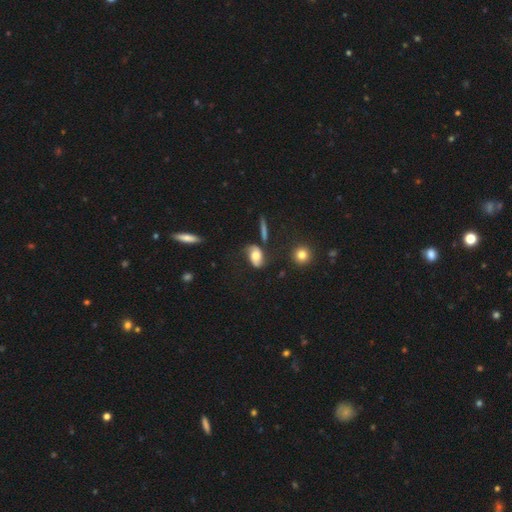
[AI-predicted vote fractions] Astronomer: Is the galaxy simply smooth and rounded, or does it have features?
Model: featured or disk — 52% (runner-up: smooth, 40%).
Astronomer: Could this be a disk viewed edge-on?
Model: no — 93%.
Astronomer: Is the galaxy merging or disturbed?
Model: none — 60%.